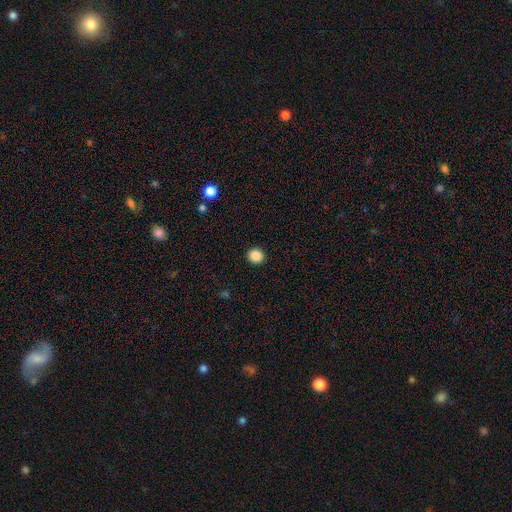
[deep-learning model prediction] Overall: smooth (87%). How rounded: round (90%). Merging: none (93%).